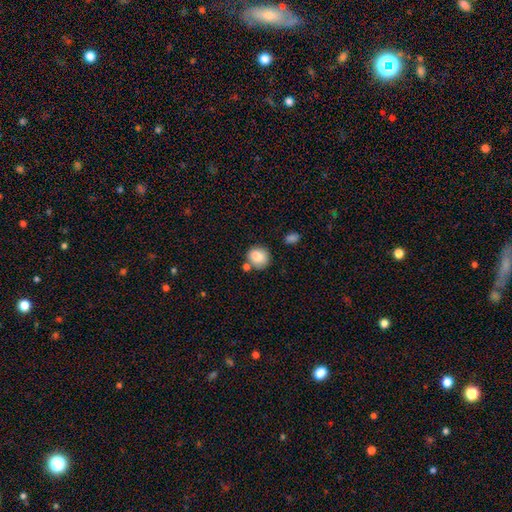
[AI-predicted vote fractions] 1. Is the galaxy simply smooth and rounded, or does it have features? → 85% smooth, 9% star or artifact, 6% featured or disk.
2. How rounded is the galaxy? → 81% round, 18% in between, 1% cigar-shaped.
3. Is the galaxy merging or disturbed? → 71% none, 13% minor disturbance, 12% merger, 4% major disturbance.